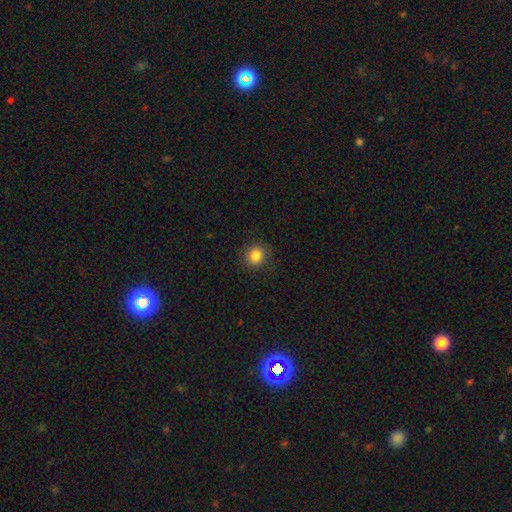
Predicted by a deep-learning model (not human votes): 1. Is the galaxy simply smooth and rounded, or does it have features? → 85% smooth, 11% star or artifact, 4% featured or disk.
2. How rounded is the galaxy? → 86% round, 13% in between, 1% cigar-shaped.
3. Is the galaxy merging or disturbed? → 88% none, 8% minor disturbance, 3% major disturbance, 1% merger.